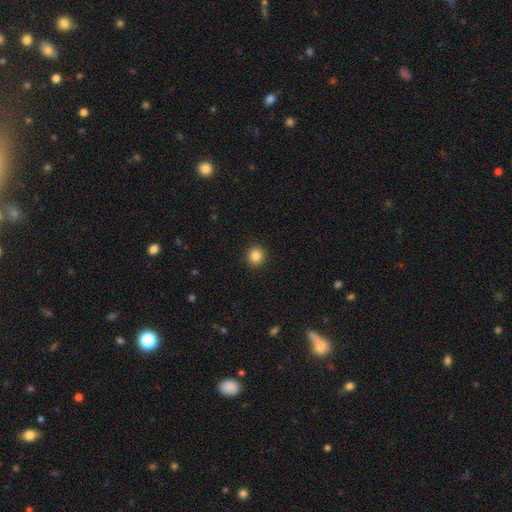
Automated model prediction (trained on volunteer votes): Smooth or featured?
  - smooth: 85% *
  - star or artifact: 10%
  - featured or disk: 5%
How rounded?
  - round: 92% *
  - in between: 7%
  - cigar-shaped: 1%
Merging?
  - none: 93% *
  - minor disturbance: 5%
  - major disturbance: 2%
  - merger: 1%